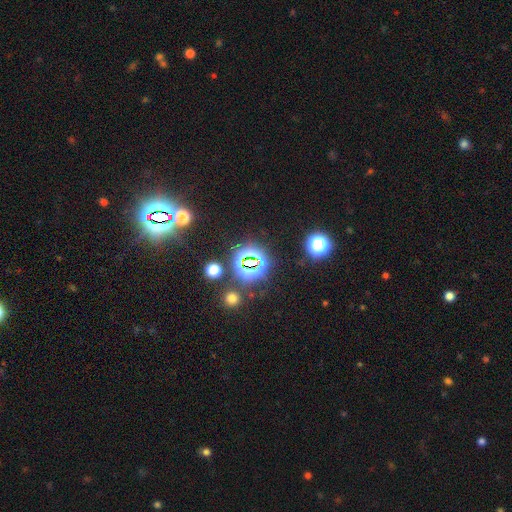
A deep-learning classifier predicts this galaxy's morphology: Smooth or featured? Predicted: star or artifact (p=0.82).